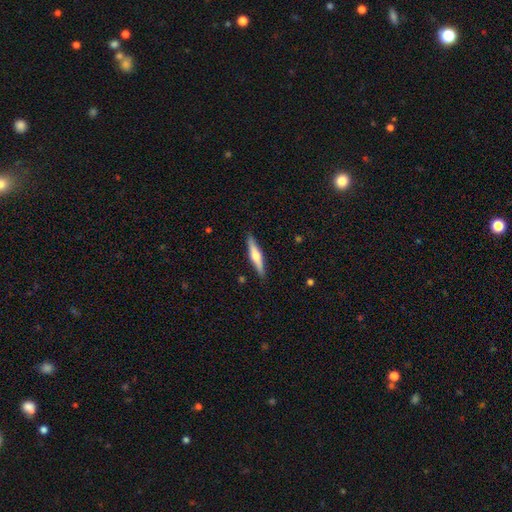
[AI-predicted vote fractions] Smooth or featured?
  - featured or disk: 53% *
  - smooth: 41%
  - star or artifact: 5%
Edge-on disk?
  - yes: 96% *
  - no: 4%
Edge-on bulge?
  - rounded: 89% *
  - none: 6%
  - boxy: 5%
Merging?
  - none: 89% *
  - minor disturbance: 8%
  - major disturbance: 2%
  - merger: 1%